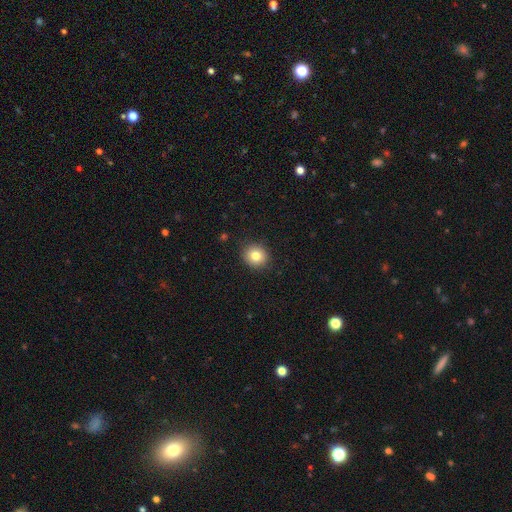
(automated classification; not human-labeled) A smooth galaxy with no disk features (81%) that is round (83%). Merging: none (89%).